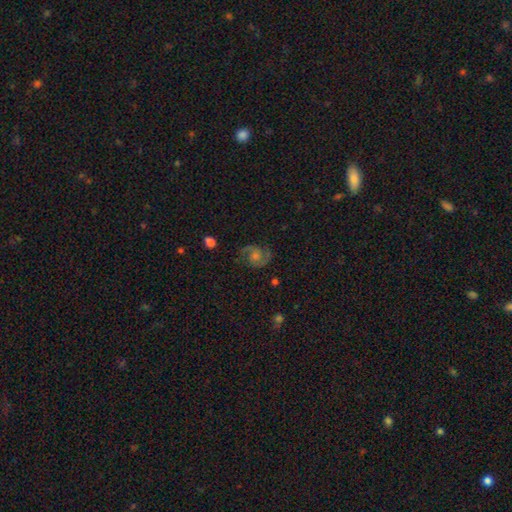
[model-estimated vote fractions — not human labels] Morphology: type=featured or disk (79%); edge-on=no (98%); bar=no (67%); spiral arms=yes (96%); winding=medium (56%); arm count=2 (90%); bulge=moderate (49%); merging=none (79%).